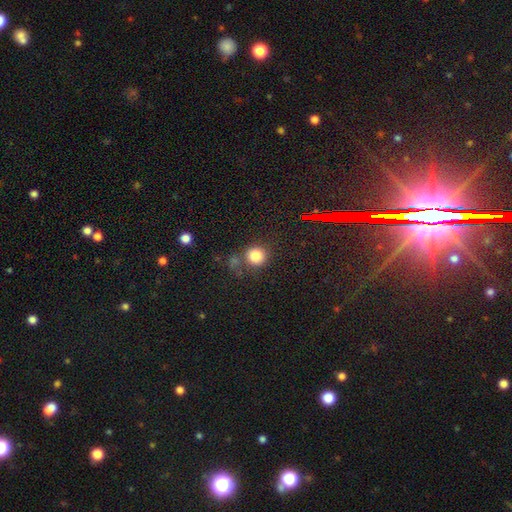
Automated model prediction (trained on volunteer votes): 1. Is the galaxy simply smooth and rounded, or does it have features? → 82% smooth, 12% star or artifact, 5% featured or disk.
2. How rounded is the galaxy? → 89% round, 10% in between, 1% cigar-shaped.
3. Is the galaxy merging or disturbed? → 70% none, 13% minor disturbance, 11% merger, 6% major disturbance.